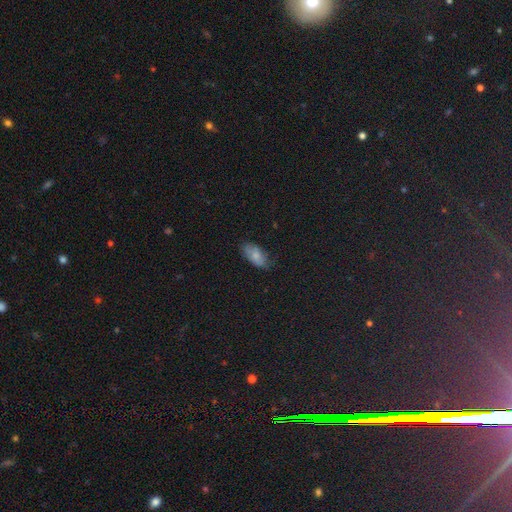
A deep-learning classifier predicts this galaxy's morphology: type=smooth (71%); roundness=in between (92%); merging=none (66%).